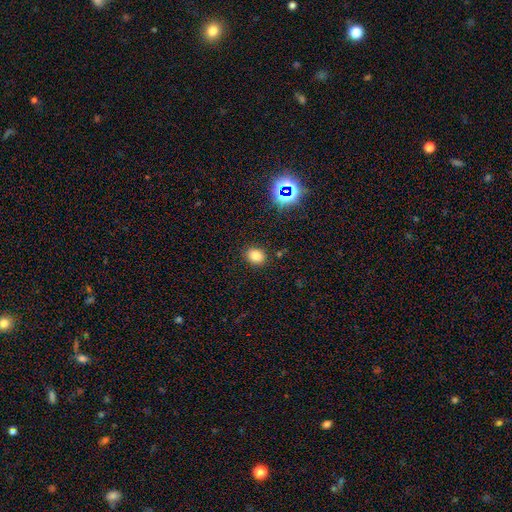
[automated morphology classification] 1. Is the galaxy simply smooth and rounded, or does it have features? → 79% smooth, 15% star or artifact, 6% featured or disk.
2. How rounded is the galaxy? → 53% round, 46% in between, 1% cigar-shaped.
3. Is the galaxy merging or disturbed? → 87% none, 8% minor disturbance, 3% major disturbance, 2% merger.